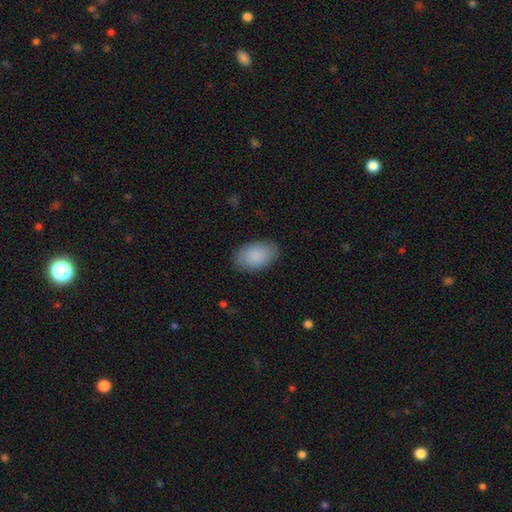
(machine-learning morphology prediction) smooth-or-featured: smooth: 89% | star or artifact: 6% | featured or disk: 5%
  how-rounded: in between: 93% | round: 6% | cigar-shaped: 1%
  merging: none: 86% | minor disturbance: 10% | major disturbance: 3% | merger: 1%